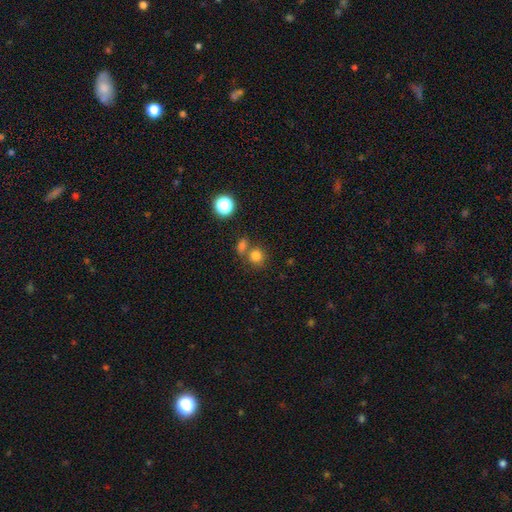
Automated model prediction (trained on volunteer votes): Smooth or featured: smooth — 79% (star or artifact — 14%)
How rounded: round — 83% (in between — 16%)
Merging: none — 60% (merger — 27%)